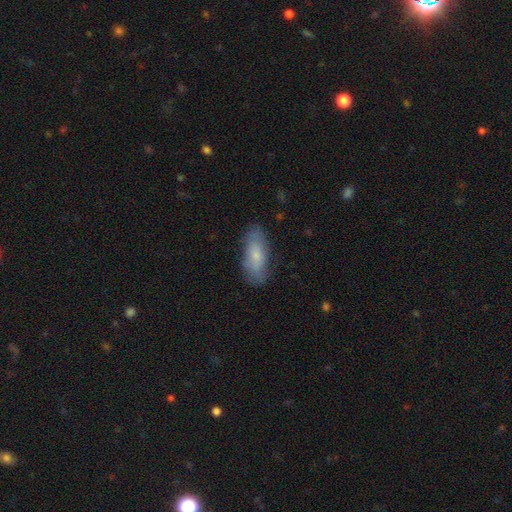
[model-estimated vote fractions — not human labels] Smooth or featured? Predicted: smooth (p=0.65). How rounded? Predicted: in between (p=0.80). Merging? Predicted: none (p=0.77).